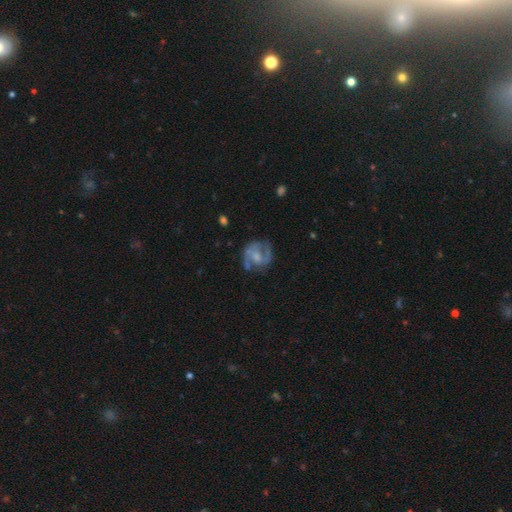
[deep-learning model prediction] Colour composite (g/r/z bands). It shows a featured or disk galaxy (71%) with no bar (53%), 2 (73%) medium (50%) spiral arms (82%) and a moderate central bulge (37%). Merging: none (63%).